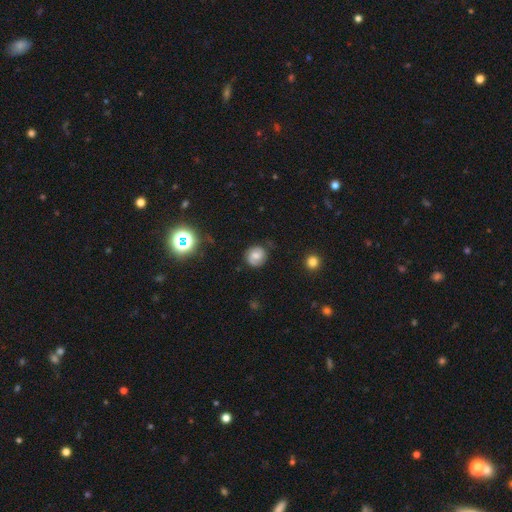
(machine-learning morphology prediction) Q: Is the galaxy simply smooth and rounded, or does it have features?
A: featured or disk — 48%.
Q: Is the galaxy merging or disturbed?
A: none — 78%.